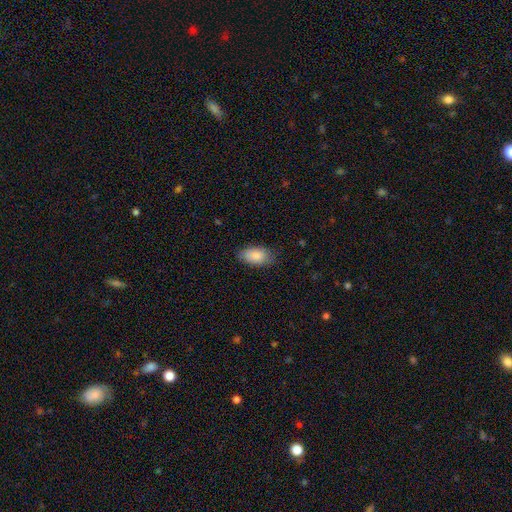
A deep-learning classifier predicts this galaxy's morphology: Smooth or featured? Predicted: smooth (p=0.86). How rounded? Predicted: in between (p=0.93). Merging? Predicted: none (p=0.81).